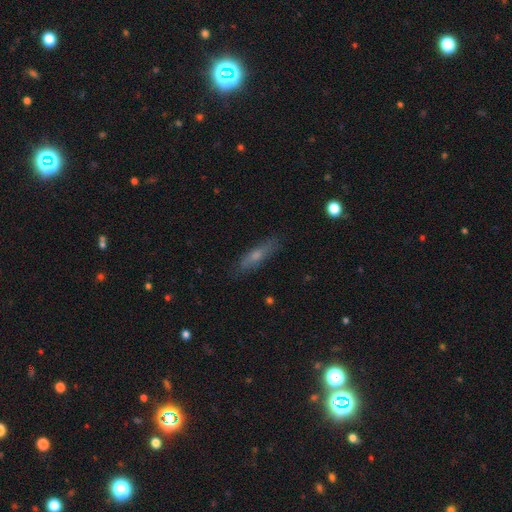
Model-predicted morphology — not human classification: This appears to be a smooth galaxy with no disk features (56%) that is cigar-shaped (70%). Merging: none (82%).